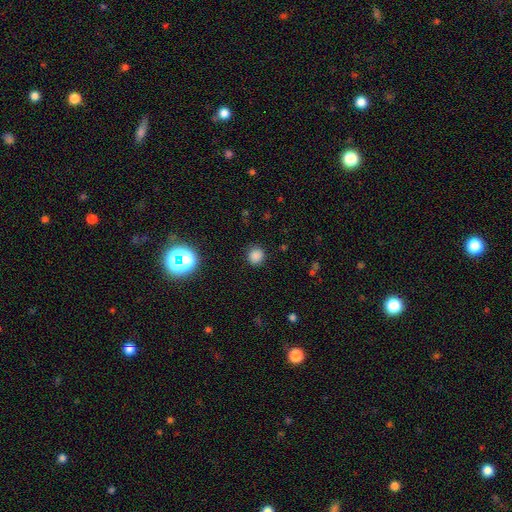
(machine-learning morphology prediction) Q: Smooth or featured?
A: smooth (80%); runner-up: star or artifact (16%)
Q: How rounded?
A: round (83%); runner-up: in between (16%)
Q: Merging?
A: none (86%); runner-up: minor disturbance (9%)